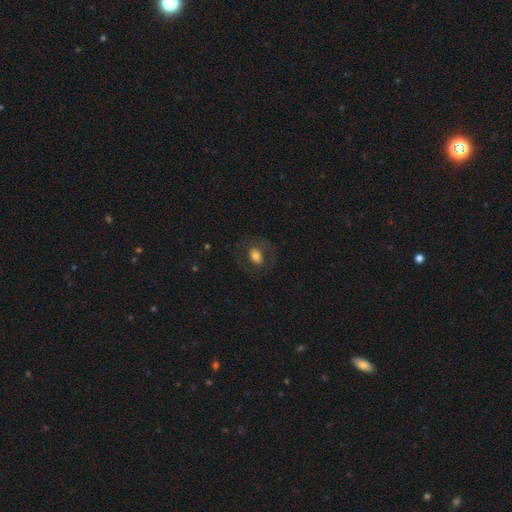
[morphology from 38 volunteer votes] Volunteers were most divided on "smooth or featured": smooth: 66%, featured or disk: 34%, star or artifact: 0%. More confident: how rounded — in between (88%); merging — none (71%).